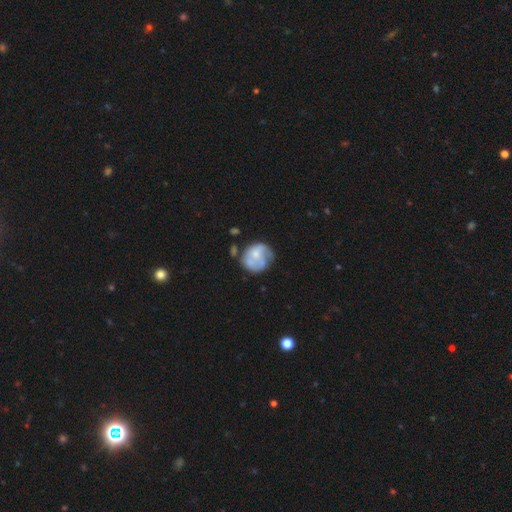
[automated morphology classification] Smooth or featured? featured or disk (47%)
Merging? none (44%)